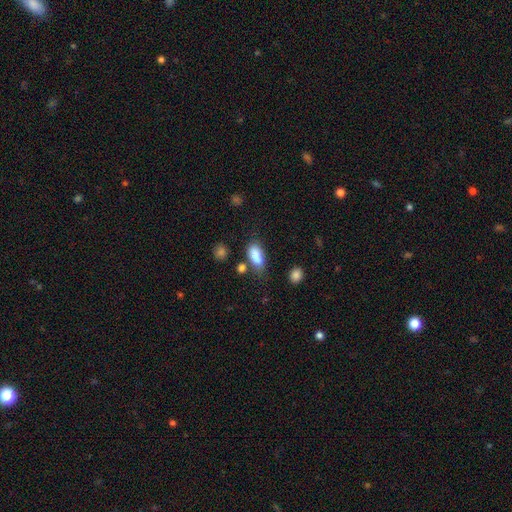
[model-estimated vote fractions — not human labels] The model was most divided on "merging": none: 48%, minor disturbance: 27%, merger: 14%, major disturbance: 10%. More confident: how rounded — in between (85%); smooth or featured — smooth (82%).